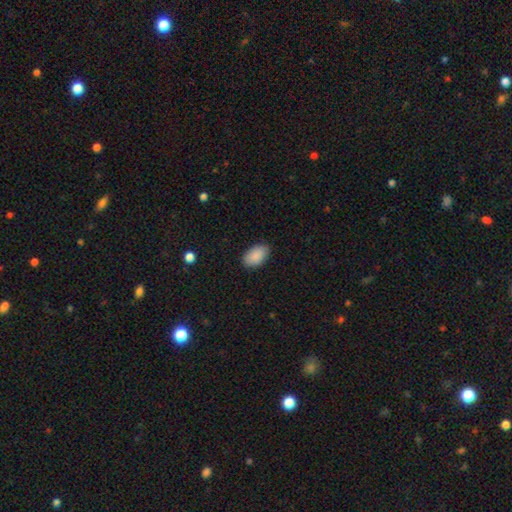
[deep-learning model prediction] This appears to be a smooth galaxy with no disk features (90%) that is in between round and cigar-shaped (94%). Merging: none (86%).